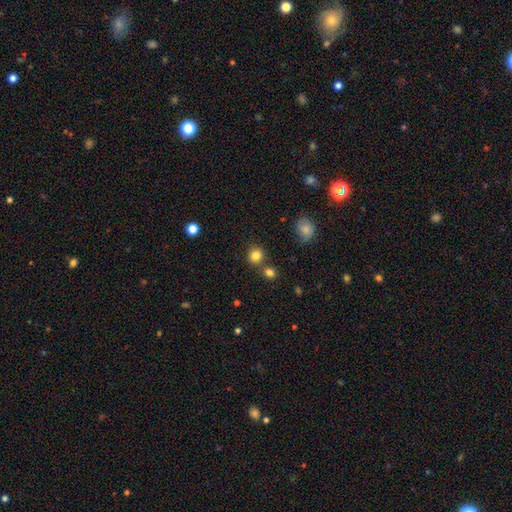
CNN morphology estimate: This appears to be a smooth galaxy with no disk features (82%) that is round (87%). Merging: none (75%).